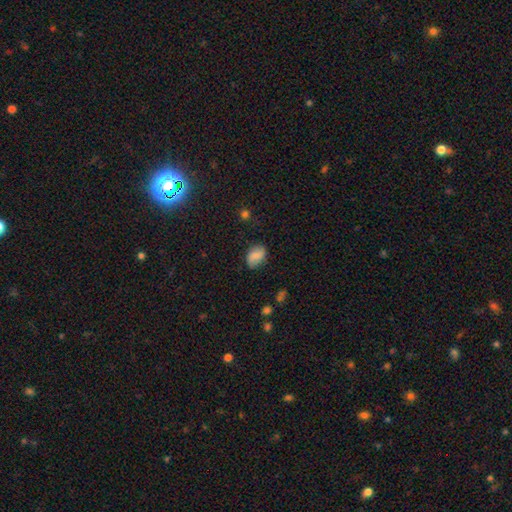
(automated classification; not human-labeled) This is likely a smooth galaxy (73%). How rounded: likely in between (79%). Merging: likely none (72%).